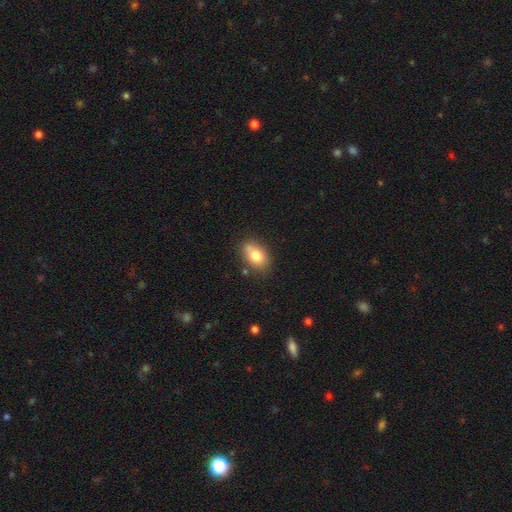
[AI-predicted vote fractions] Morphology: type=smooth (79%); roundness=in between (85%); merging=none (69%).